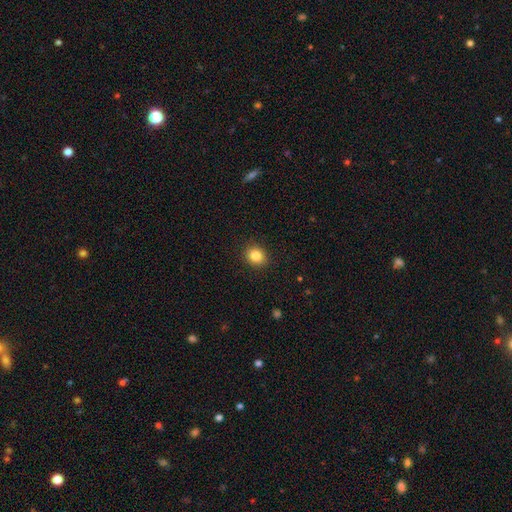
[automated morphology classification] Q: Smooth or featured?
A: smooth (85%); runner-up: star or artifact (10%)
Q: How rounded?
A: round (70%); runner-up: in between (29%)
Q: Merging?
A: none (90%); runner-up: minor disturbance (7%)